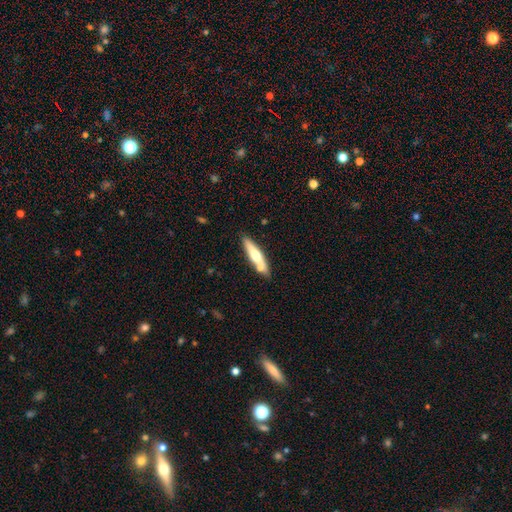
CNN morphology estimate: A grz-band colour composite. It shows a smooth galaxy with no disk features (54%) that is cigar-shaped (81%). Merging: none (74%).